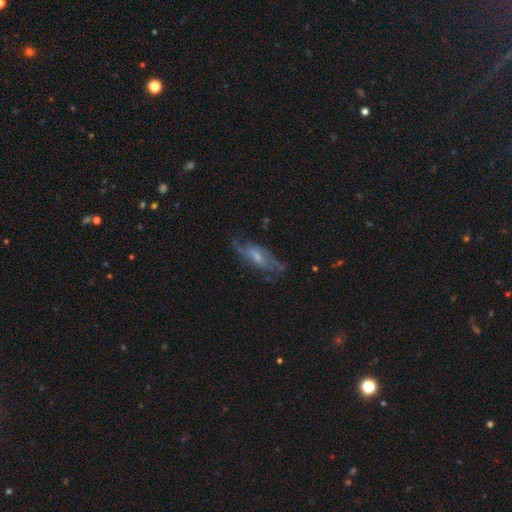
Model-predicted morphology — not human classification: Smooth or featured? Predicted: featured or disk (p=0.61). Edge-on disk? Predicted: no (p=0.71). Merging? Predicted: none (p=0.71).